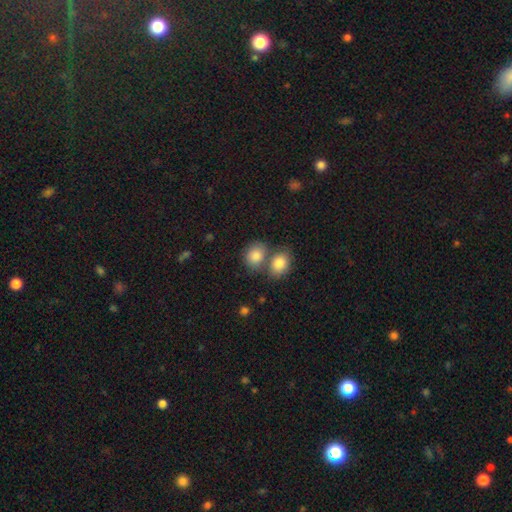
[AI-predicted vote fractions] Q: Smooth or featured?
A: smooth (85%); runner-up: featured or disk (8%)
Q: How rounded?
A: round (50%); runner-up: in between (49%)
Q: Merging?
A: merger (47%); runner-up: none (39%)